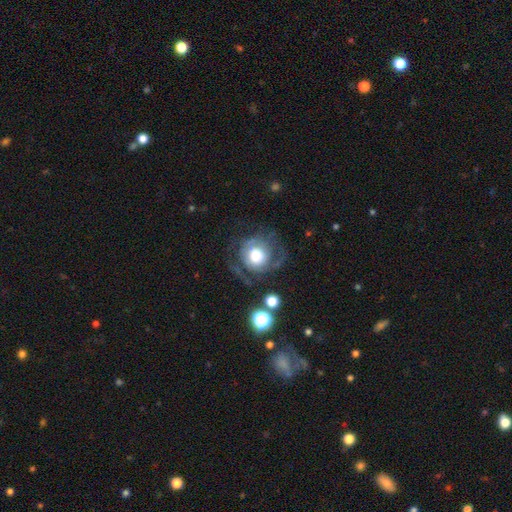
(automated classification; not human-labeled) Morphology: type=featured or disk (59%); edge-on=no (97%); bar=no (81%); spiral arms=yes (70%); bulge=large (48%); merging=none (50%).